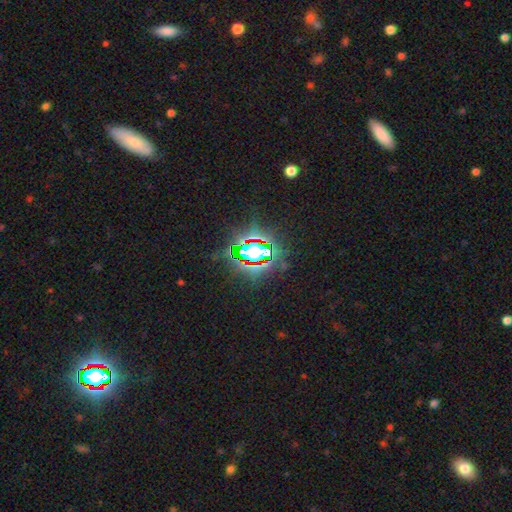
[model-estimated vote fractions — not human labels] Q: Smooth or featured?
A: star or artifact (77%); runner-up: smooth (13%)